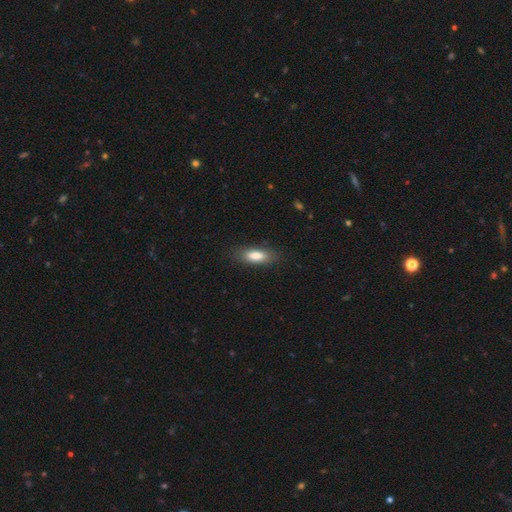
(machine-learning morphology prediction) Q: Smooth or featured?
A: smooth (82%); runner-up: featured or disk (11%)
Q: How rounded?
A: in between (68%); runner-up: cigar-shaped (30%)
Q: Merging?
A: none (83%); runner-up: minor disturbance (13%)